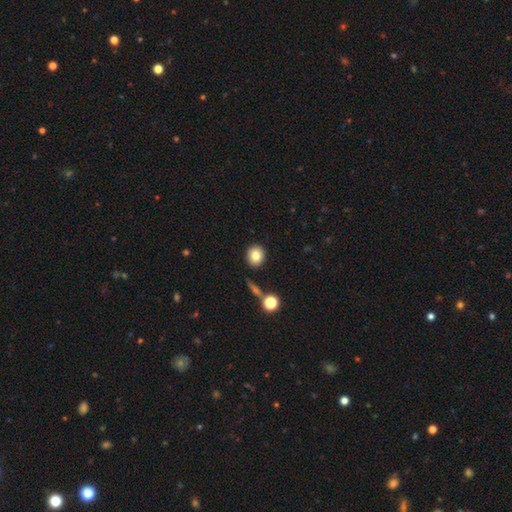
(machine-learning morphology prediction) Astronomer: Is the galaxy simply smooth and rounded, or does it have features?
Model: smooth — 81%.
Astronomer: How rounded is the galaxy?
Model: round — 81%.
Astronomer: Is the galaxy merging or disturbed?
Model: none — 86%.